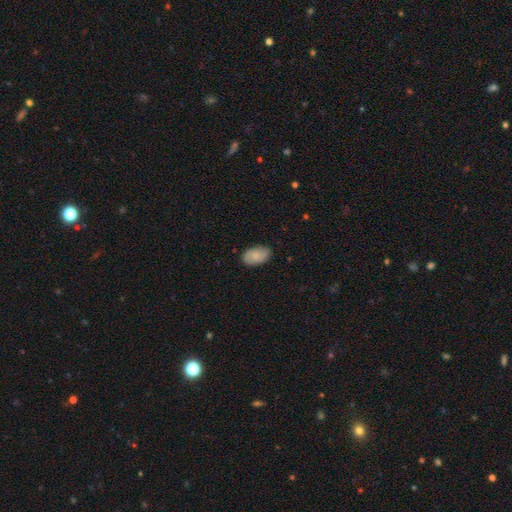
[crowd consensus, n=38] This is clearly a smooth galaxy (87%). How rounded: clearly in between (100%). Merging: clearly none (81%).